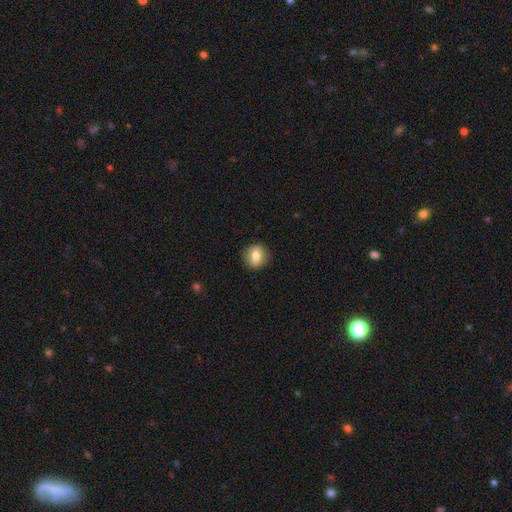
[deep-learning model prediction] Smooth or featured? smooth (71%)
How rounded? round (67%)
Merging? none (88%)